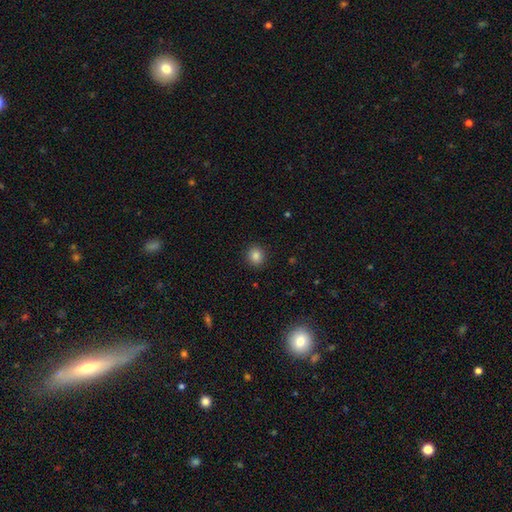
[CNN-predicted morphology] Smooth or featured? smooth (85%)
How rounded? round (88%)
Merging? none (91%)